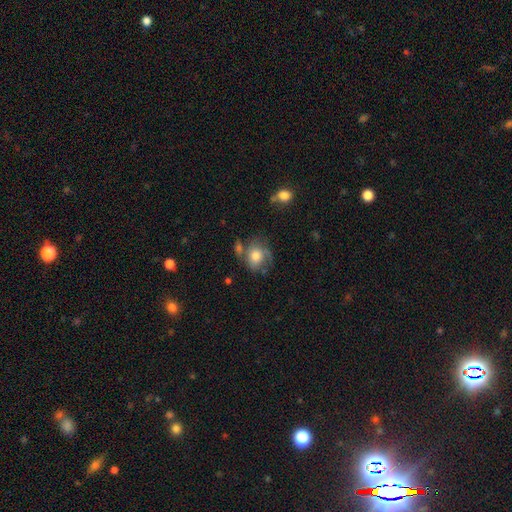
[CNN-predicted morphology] smooth_or_featured: smooth (p=0.62) [alt: featured or disk p=0.29]
how_rounded: round (p=0.64) [alt: in between p=0.35]
merging: none (p=0.48) [alt: minor disturbance p=0.25]